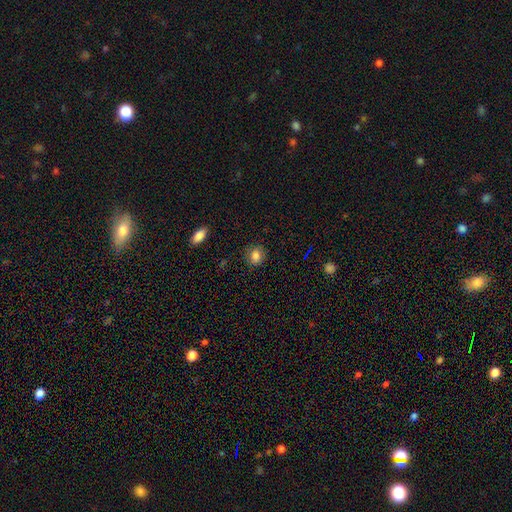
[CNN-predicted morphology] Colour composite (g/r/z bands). It shows a smooth galaxy with no disk features (84%) that is round (53%). Merging: none (85%).